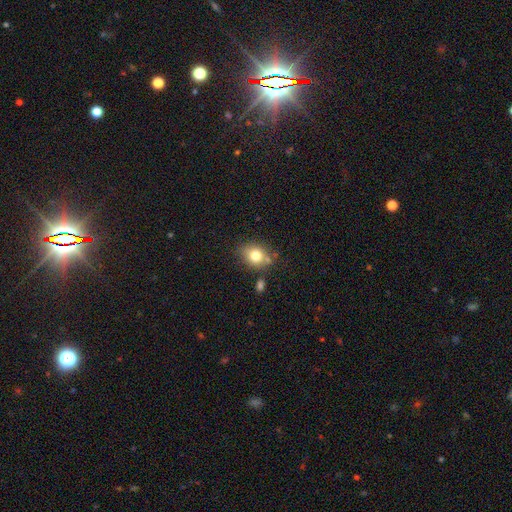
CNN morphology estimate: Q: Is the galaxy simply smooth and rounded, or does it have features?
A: smooth — 77%.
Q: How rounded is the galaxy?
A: round — 53%.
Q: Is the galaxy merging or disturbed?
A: none — 68%.